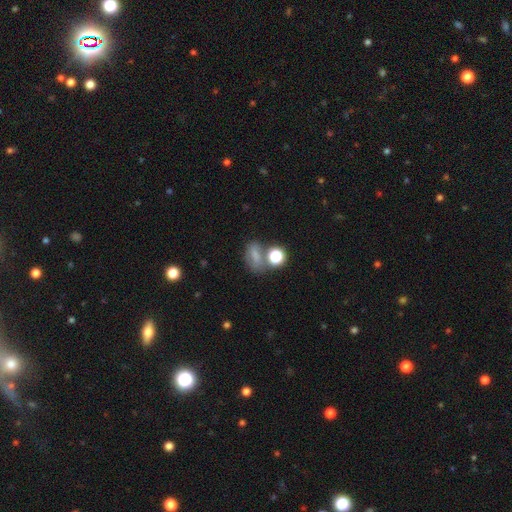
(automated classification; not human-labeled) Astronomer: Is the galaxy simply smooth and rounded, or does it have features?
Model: smooth — 64%.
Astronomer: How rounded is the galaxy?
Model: in between — 67%.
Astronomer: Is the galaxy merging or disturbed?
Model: none — 46% (runner-up: merger, 26%).